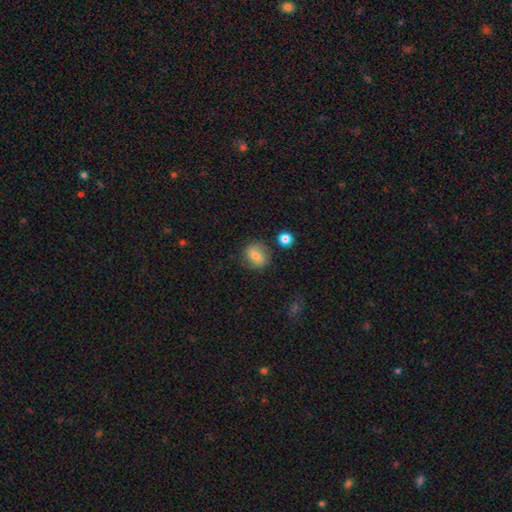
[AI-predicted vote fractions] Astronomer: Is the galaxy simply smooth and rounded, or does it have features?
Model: smooth — 67%.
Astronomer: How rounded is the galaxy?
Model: round — 67%.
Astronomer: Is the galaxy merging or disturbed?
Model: none — 77%.